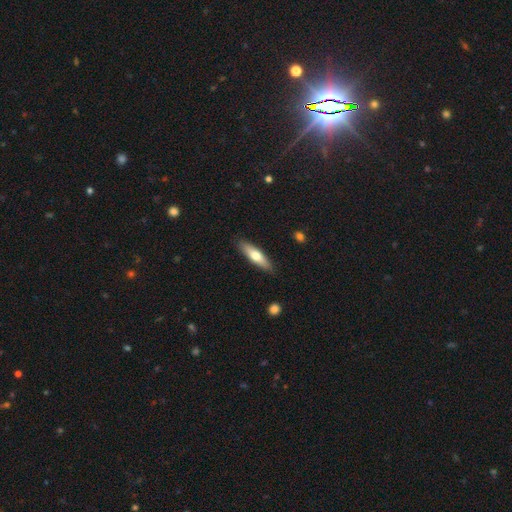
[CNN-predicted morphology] Smooth or featured? smooth (61%)
How rounded? cigar-shaped (67%)
Merging? none (88%)